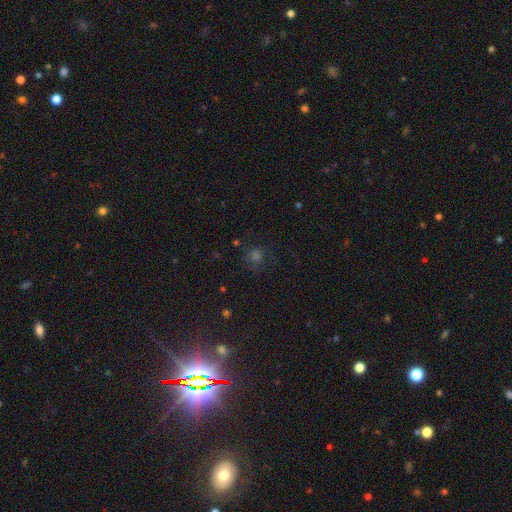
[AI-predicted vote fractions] This appears to be a smooth galaxy with no disk features (48%). Merging: none (72%).